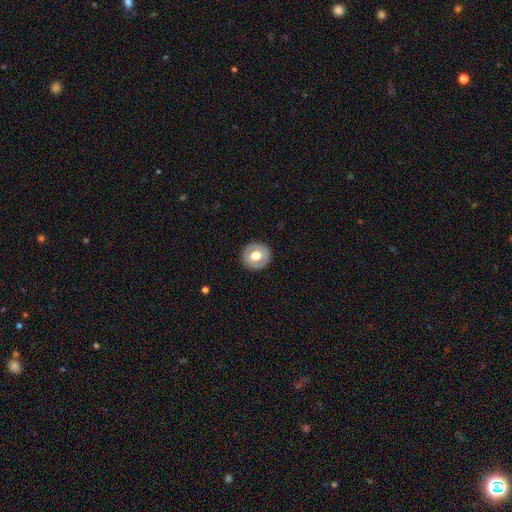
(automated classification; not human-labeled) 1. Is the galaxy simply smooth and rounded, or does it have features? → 58% smooth, 36% featured or disk, 7% star or artifact.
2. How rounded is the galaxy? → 91% round, 8% in between, 1% cigar-shaped.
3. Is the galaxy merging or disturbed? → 89% none, 8% minor disturbance, 2% major disturbance, 1% merger.